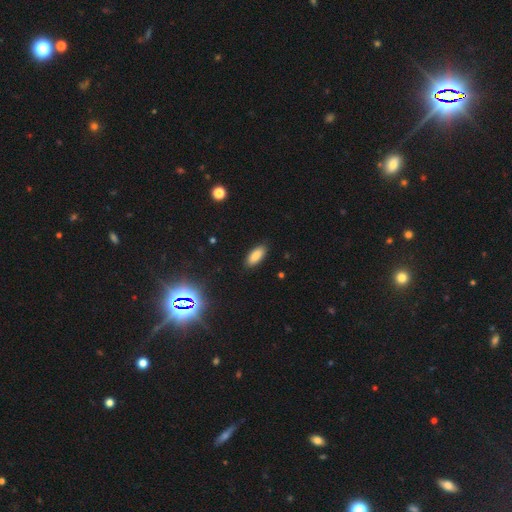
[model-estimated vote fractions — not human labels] The model was most divided on "how rounded": in between: 85%, cigar-shaped: 13%, round: 2%. More confident: merging — none (88%); smooth or featured — smooth (85%).